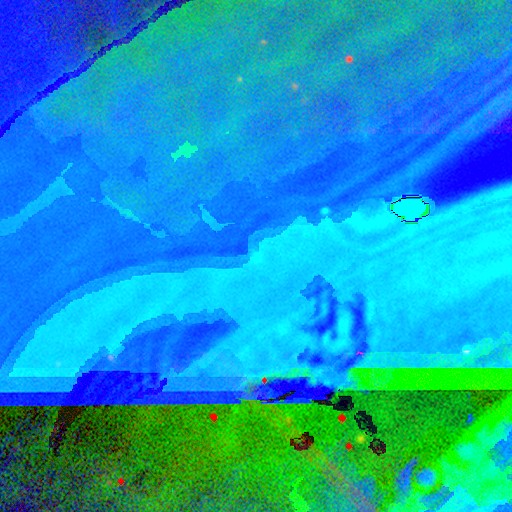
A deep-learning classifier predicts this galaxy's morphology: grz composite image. It shows a star or artifact, not a galaxy (88%).